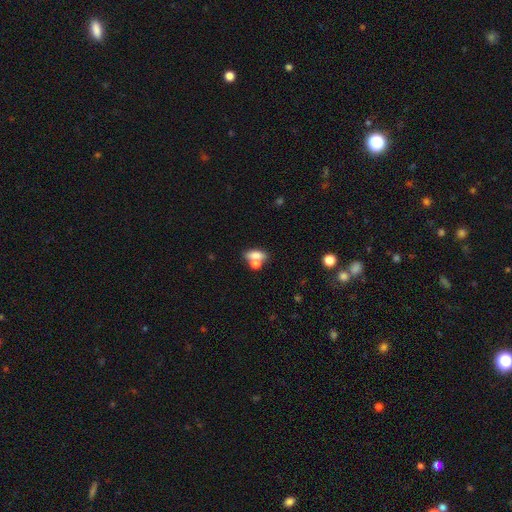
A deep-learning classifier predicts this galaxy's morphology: smooth_or_featured: smooth (p=0.73) [alt: featured or disk p=0.18]
how_rounded: in between (p=0.75) [alt: cigar-shaped p=0.13]
merging: merger (p=0.45) [alt: none p=0.38]